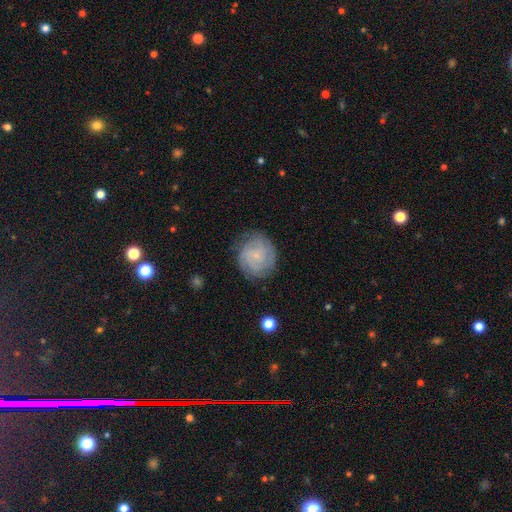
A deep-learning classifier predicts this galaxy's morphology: A featured or disk galaxy (68%) with no bar (63%), tight (68%) spiral arms (92%) and a small central bulge (74%). Merging: none (76%).